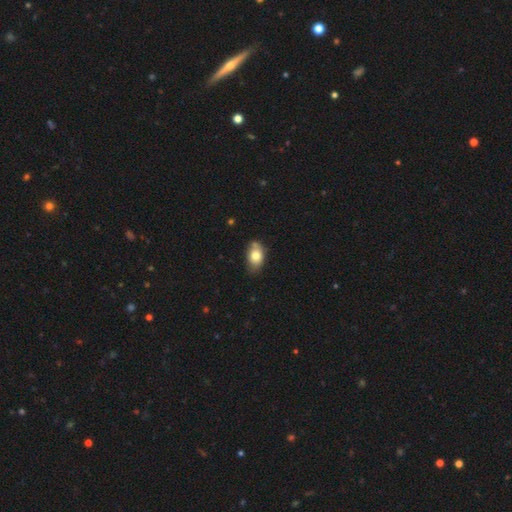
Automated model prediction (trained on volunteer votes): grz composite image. It shows a smooth galaxy with no disk features (77%) that is in between round and cigar-shaped (85%). Merging: none (63%).